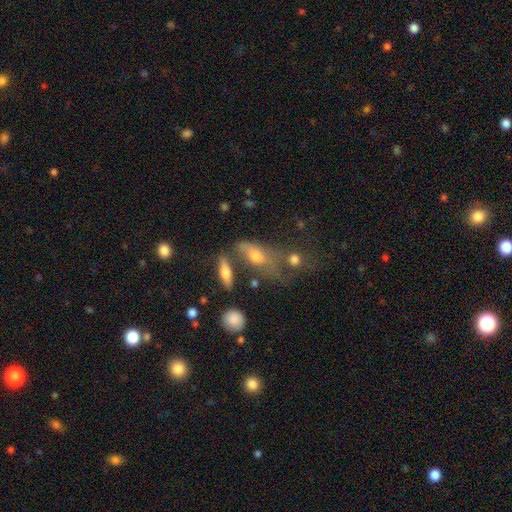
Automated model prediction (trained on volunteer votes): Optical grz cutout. It shows a smooth galaxy with no disk features (58%) that is in between round and cigar-shaped (70%). Merging: none (33%).